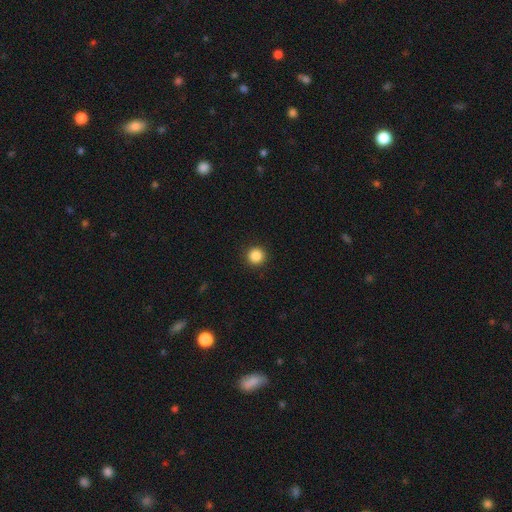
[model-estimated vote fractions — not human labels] Smooth or featured: smooth — 86% (star or artifact — 11%)
How rounded: round — 96% (in between — 3%)
Merging: none — 93% (minor disturbance — 4%)